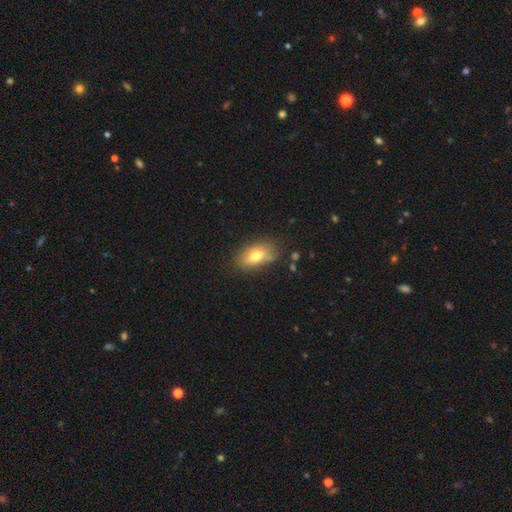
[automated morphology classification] Smooth or featured: smooth — 70% (featured or disk — 22%)
How rounded: in between — 86% (round — 7%)
Merging: none — 74% (minor disturbance — 19%)